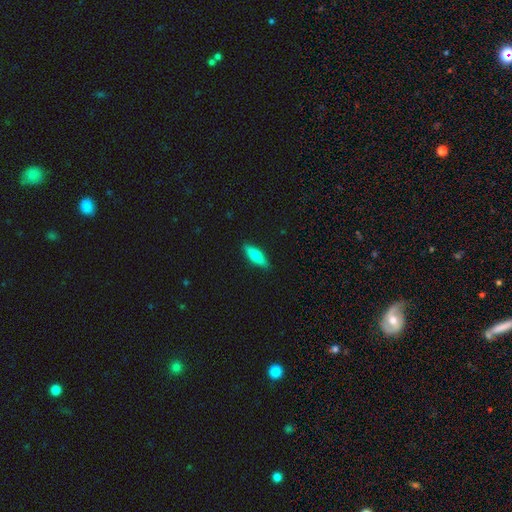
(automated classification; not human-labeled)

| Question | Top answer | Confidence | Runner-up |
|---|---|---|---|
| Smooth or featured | smooth | 69% | featured or disk (26%) |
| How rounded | cigar-shaped | 57% | in between (41%) |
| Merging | none | 89% | minor disturbance (8%) |